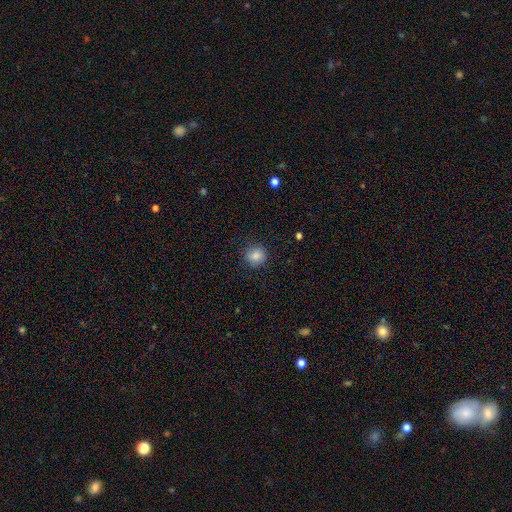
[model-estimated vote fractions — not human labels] Q: Smooth or featured?
A: smooth (86%); runner-up: star or artifact (10%)
Q: How rounded?
A: round (88%); runner-up: in between (11%)
Q: Merging?
A: none (85%); runner-up: minor disturbance (11%)